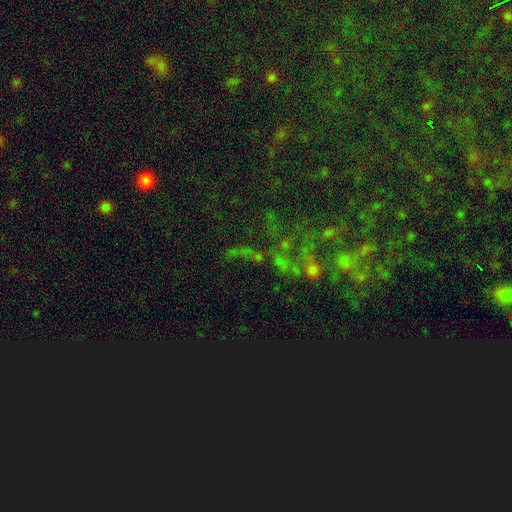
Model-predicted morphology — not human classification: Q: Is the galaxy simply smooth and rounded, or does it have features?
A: star or artifact — 82%.